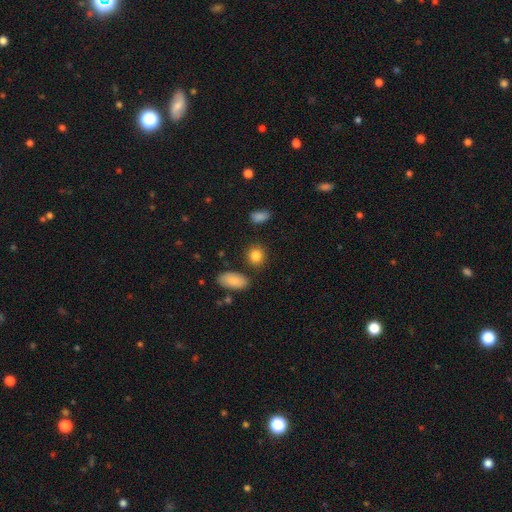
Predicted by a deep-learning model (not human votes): Smooth or featured?
  - smooth: 85% *
  - star or artifact: 9%
  - featured or disk: 6%
How rounded?
  - round: 72% *
  - in between: 26%
  - cigar-shaped: 2%
Merging?
  - none: 84% *
  - minor disturbance: 9%
  - merger: 4%
  - major disturbance: 3%